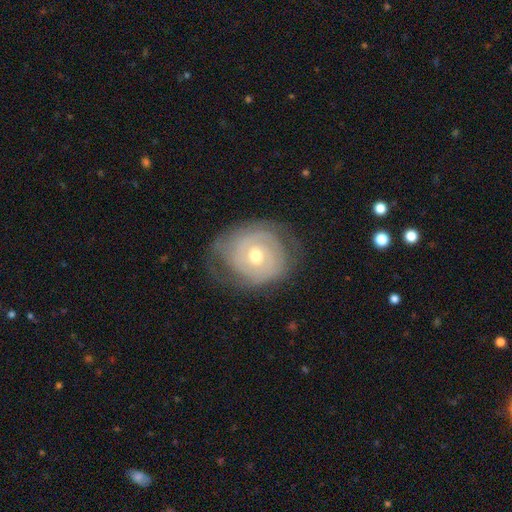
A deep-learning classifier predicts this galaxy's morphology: smooth-or-featured: featured or disk: 76% | smooth: 18% | star or artifact: 6%
  disk-edge-on: no: 97% | yes: 3%
    bar: no: 73% | weak: 22% | strong: 5%
    has-spiral-arms: yes: 83% | no: 17%
      spiral-winding: tight: 75% | medium: 18% | loose: 7%
      spiral-arm-count: can't tell: 38% | 2: 37% | 3: 11% | 1: 6% | 4: 4% | more than 4: 3%
    bulge-size: moderate: 68% | small: 27% | large: 3% | dominant: 1% | none: 1%
  merging: none: 68% | minor disturbance: 20% | major disturbance: 10% | merger: 1%